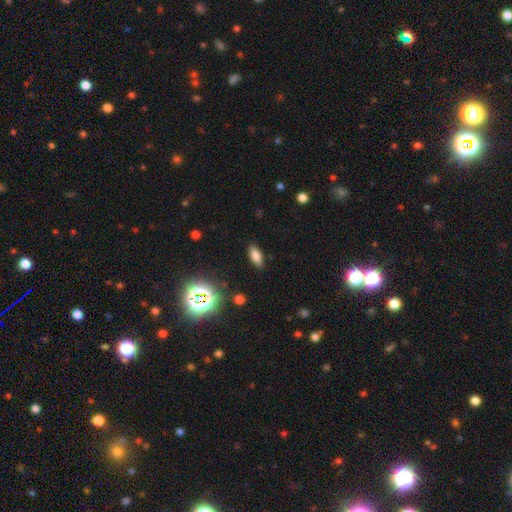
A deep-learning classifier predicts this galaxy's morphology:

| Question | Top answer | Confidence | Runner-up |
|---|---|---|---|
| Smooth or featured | smooth | 75% | star or artifact (15%) |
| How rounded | in between | 79% | cigar-shaped (17%) |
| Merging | none | 88% | minor disturbance (8%) |